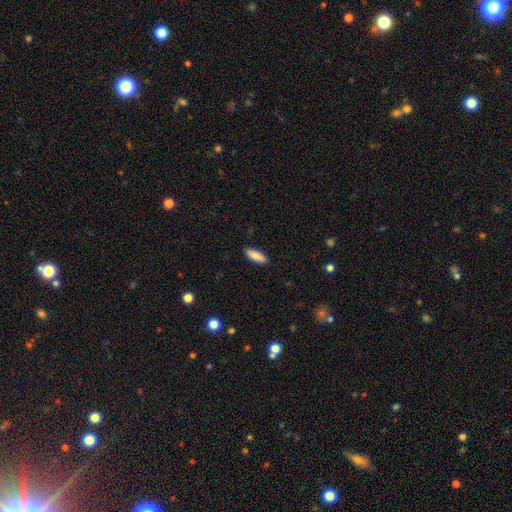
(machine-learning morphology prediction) smooth_or_featured: smooth (p=0.88) [alt: featured or disk p=0.07]
how_rounded: in between (p=0.52) [alt: cigar-shaped p=0.47]
merging: none (p=0.89) [alt: minor disturbance p=0.08]